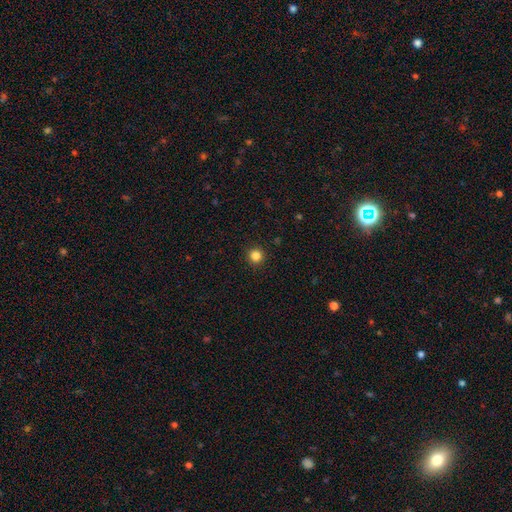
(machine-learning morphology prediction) Q: Smooth or featured?
A: smooth (84%); runner-up: star or artifact (12%)
Q: How rounded?
A: round (95%); runner-up: in between (4%)
Q: Merging?
A: none (93%); runner-up: minor disturbance (5%)